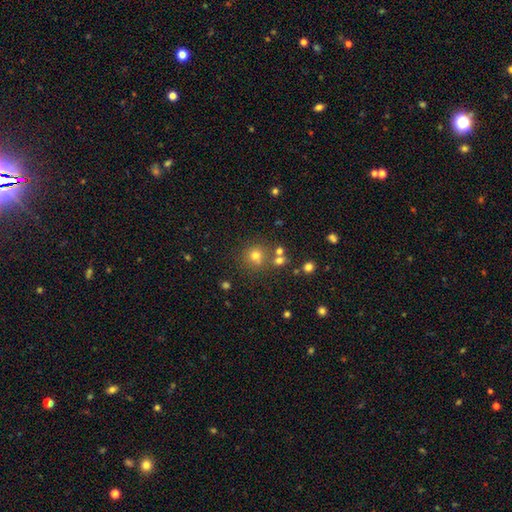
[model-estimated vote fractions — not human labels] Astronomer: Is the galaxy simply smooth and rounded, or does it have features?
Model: smooth — 69%.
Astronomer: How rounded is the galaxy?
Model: round — 89%.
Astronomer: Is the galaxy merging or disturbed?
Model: none — 72%.